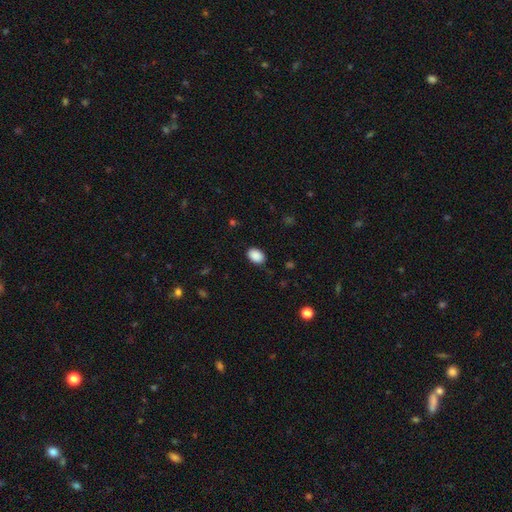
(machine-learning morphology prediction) Smooth or featured? smooth (90%)
How rounded? in between (83%)
Merging? none (83%)